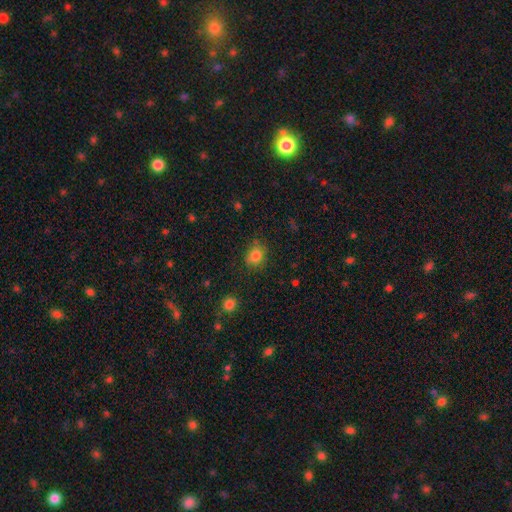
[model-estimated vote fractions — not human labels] smooth-or-featured: smooth: 82% | star or artifact: 11% | featured or disk: 7%
  how-rounded: round: 63% | in between: 36% | cigar-shaped: 1%
  merging: none: 75% | minor disturbance: 18% | major disturbance: 5% | merger: 2%